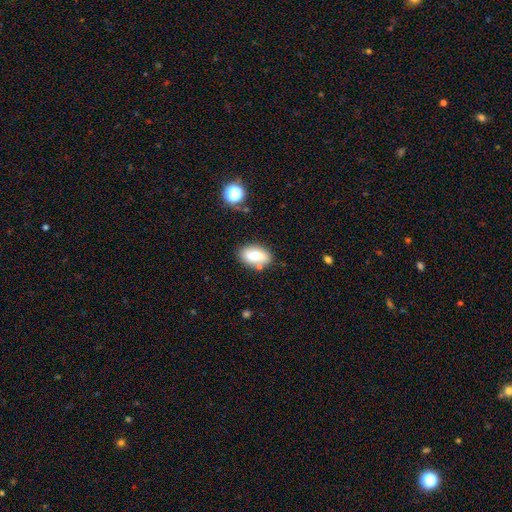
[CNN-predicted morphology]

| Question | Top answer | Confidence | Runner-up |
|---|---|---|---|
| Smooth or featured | smooth | 70% | featured or disk (21%) |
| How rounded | in between | 89% | round (8%) |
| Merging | none | 76% | minor disturbance (14%) |